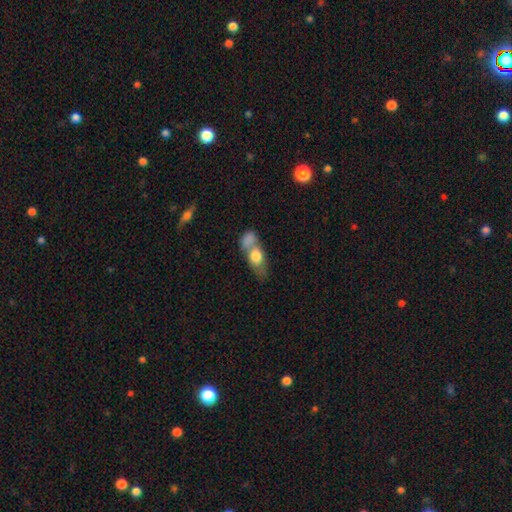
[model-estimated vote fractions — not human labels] Q: Smooth or featured?
A: smooth (73%); runner-up: featured or disk (21%)
Q: How rounded?
A: in between (73%); runner-up: round (17%)
Q: Merging?
A: merger (63%); runner-up: none (21%)